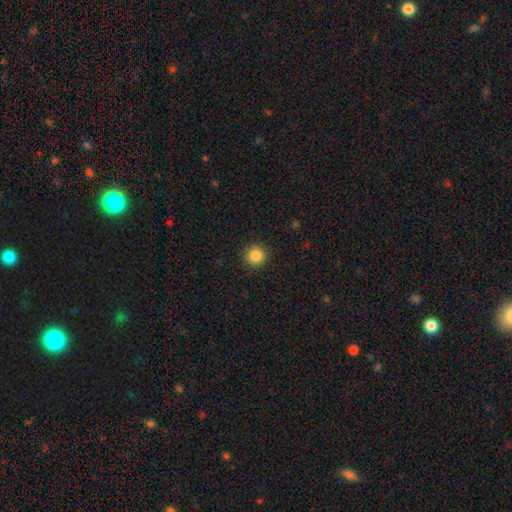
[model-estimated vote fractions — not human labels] smooth_or_featured: smooth (p=0.86) [alt: star or artifact p=0.10]
how_rounded: round (p=0.95) [alt: in between p=0.04]
merging: none (p=0.92) [alt: minor disturbance p=0.05]